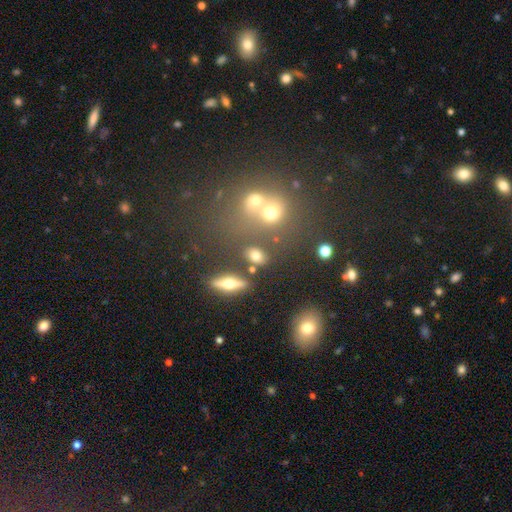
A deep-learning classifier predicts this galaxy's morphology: type=smooth (69%); roundness=in between (68%); merging=none (72%).